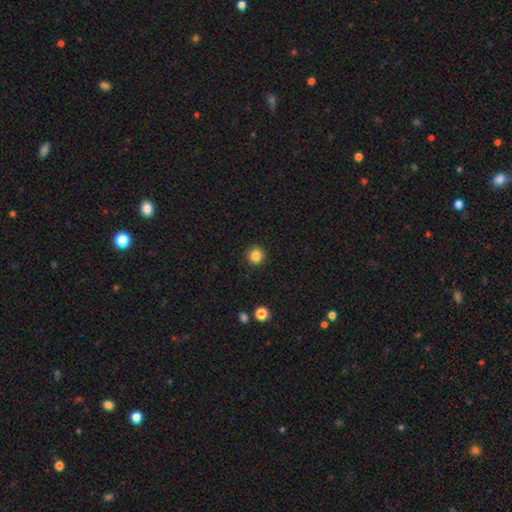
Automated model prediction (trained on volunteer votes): Morphology: type=smooth (84%); roundness=round (93%); merging=none (92%).